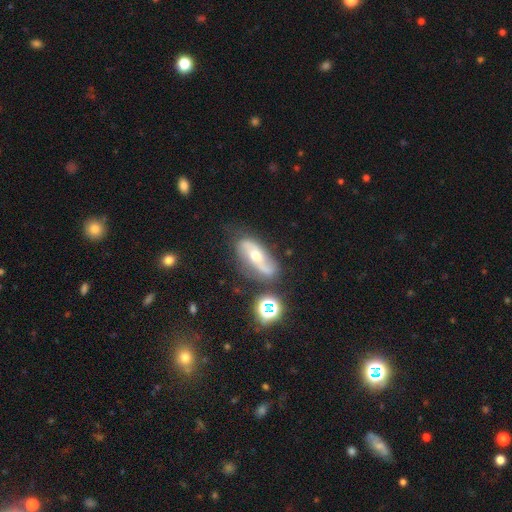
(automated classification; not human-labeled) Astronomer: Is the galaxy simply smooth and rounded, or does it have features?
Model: featured or disk — 72%.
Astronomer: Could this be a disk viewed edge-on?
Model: no — 88%.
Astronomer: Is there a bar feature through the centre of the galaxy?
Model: no — 50% (runner-up: weak, 32%).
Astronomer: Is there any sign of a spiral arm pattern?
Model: yes — 88%.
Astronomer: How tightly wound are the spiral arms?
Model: loose — 56% (runner-up: medium, 32%).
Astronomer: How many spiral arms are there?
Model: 2 — 86%.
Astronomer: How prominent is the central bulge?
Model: moderate — 68%.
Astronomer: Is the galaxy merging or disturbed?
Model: none — 64%.